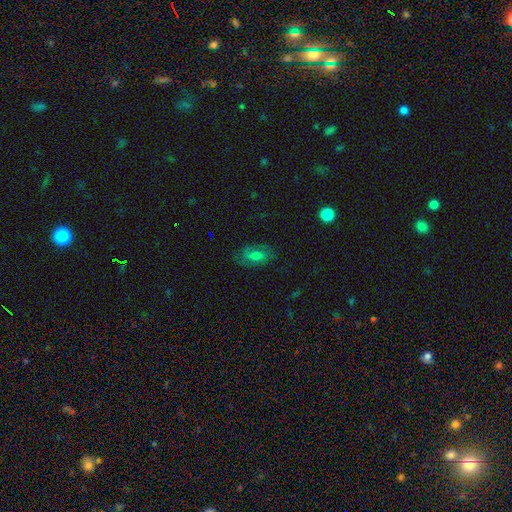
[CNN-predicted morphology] type=smooth (45%); merging=none (70%).